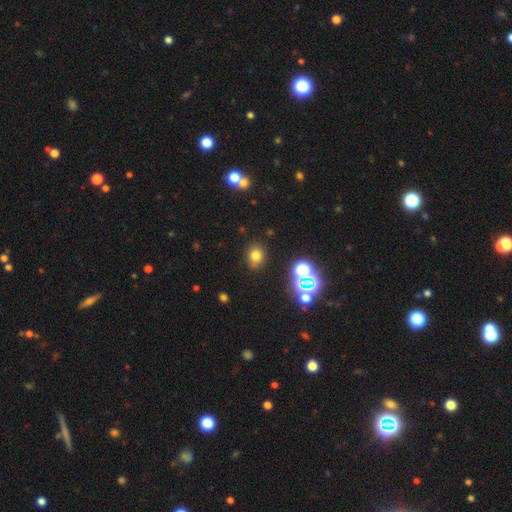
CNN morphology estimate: Smooth or featured? Predicted: smooth (p=0.72). How rounded? Predicted: round (p=0.61). Merging? Predicted: none (p=0.81).